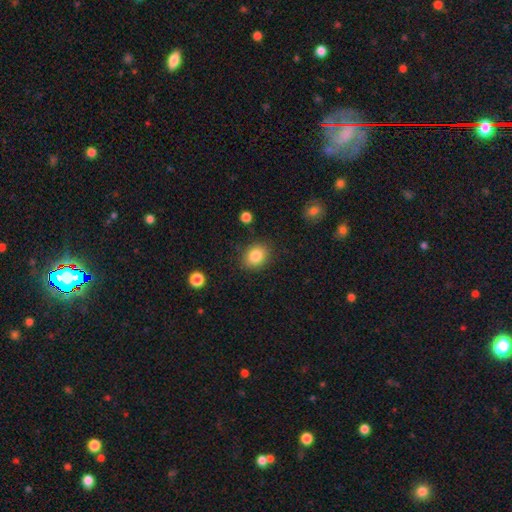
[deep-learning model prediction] Overall: smooth (84%). How rounded: in between (52%; round 47%). Merging: none (84%).